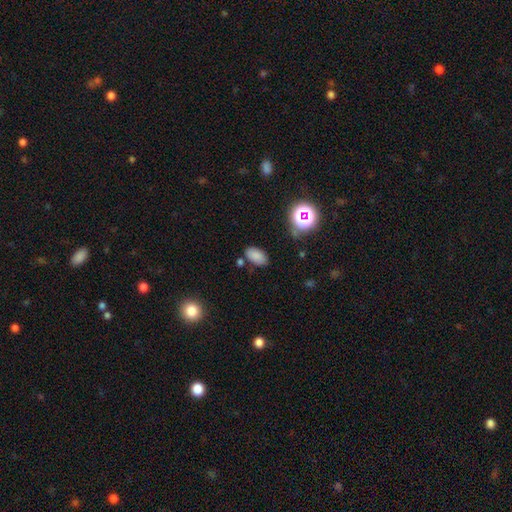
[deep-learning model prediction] A smooth galaxy with no disk features (79%) that is in between round and cigar-shaped (93%). Merging: none (77%).